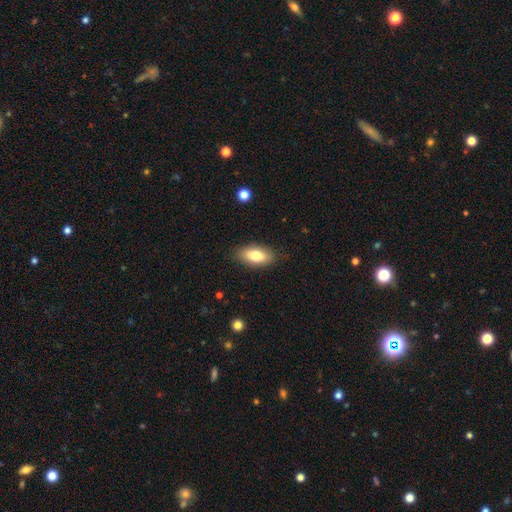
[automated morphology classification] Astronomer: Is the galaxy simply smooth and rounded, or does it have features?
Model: smooth — 77%.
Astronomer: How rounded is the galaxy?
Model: in between — 87%.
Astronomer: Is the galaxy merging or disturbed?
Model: none — 86%.